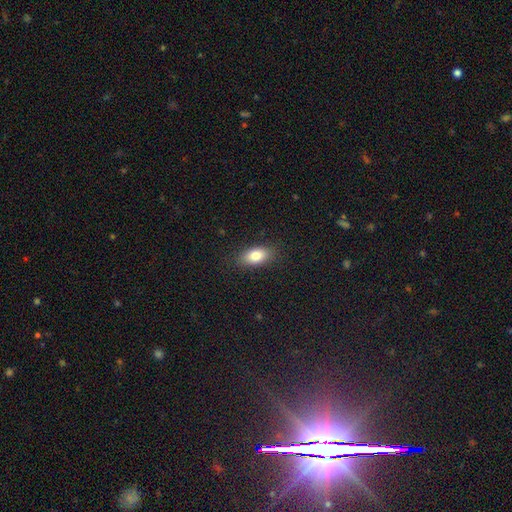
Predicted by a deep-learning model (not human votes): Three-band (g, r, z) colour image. It shows a smooth galaxy with no disk features (81%) that is in between round and cigar-shaped (88%). Merging: none (86%).